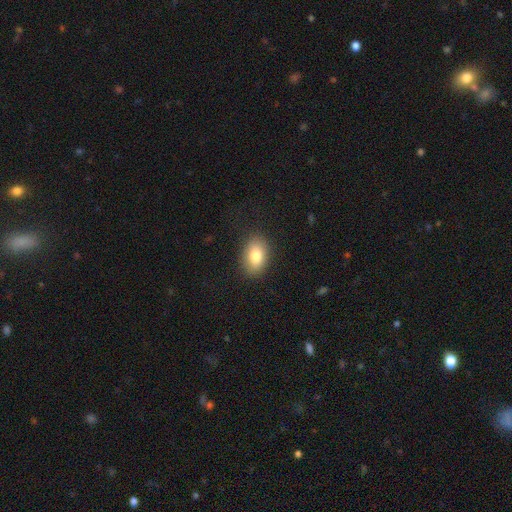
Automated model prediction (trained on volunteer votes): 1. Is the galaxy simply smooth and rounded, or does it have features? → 81% smooth, 11% featured or disk, 8% star or artifact.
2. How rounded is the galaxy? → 84% in between, 15% round, 1% cigar-shaped.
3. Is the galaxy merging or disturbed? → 86% none, 10% minor disturbance, 3% major disturbance, 1% merger.